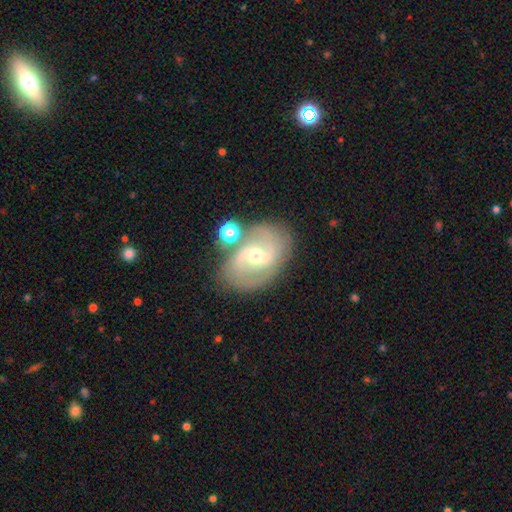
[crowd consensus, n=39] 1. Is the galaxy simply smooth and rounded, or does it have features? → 74% featured or disk, 15% smooth, 10% star or artifact.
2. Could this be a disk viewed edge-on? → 100% no, 0% yes.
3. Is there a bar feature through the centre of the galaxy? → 45% weak, 31% strong, 24% no.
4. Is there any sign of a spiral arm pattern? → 93% yes, 7% no.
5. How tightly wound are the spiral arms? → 48% medium, 41% tight, 11% loose.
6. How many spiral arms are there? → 78% 2, 19% can't tell, 4% 3, 0% 1, 0% 4, 0% more than 4.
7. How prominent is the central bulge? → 62% small, 38% moderate, 0% dominant, 0% large, 0% none.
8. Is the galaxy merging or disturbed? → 71% none, 11% minor disturbance, 11% merger, 6% major disturbance.